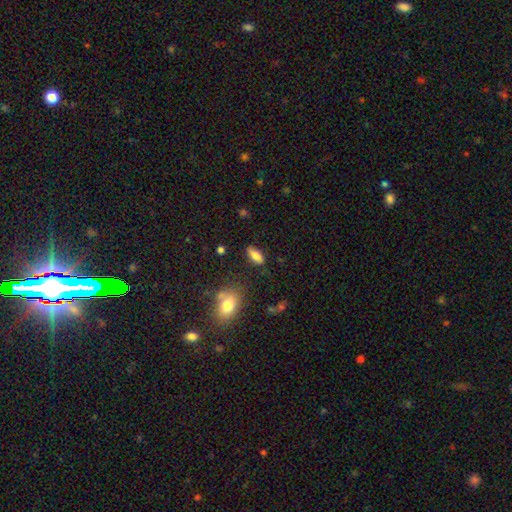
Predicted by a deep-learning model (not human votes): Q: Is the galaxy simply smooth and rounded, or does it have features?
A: smooth — 78%.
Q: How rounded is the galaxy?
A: in between — 78%.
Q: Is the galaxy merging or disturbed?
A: none — 81%.